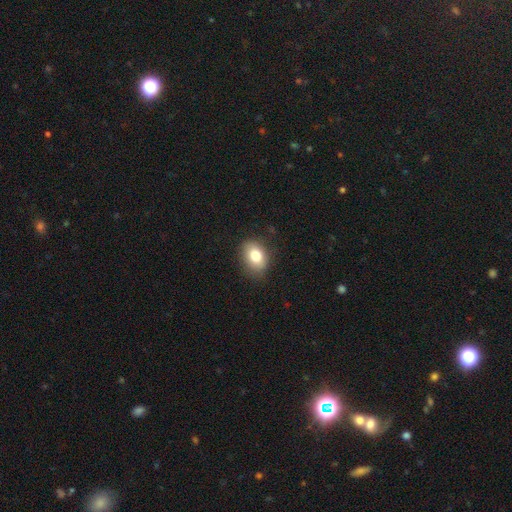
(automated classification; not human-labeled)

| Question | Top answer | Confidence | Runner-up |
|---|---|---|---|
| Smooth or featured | smooth | 82% | featured or disk (9%) |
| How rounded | in between | 72% | round (27%) |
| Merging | none | 82% | minor disturbance (13%) |